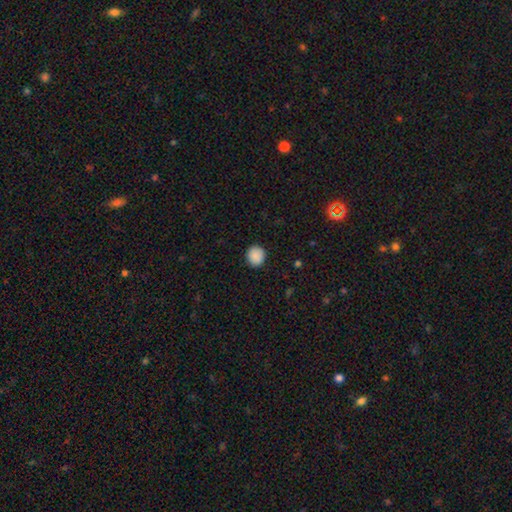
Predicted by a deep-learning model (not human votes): smooth_or_featured: smooth (p=0.89) [alt: star or artifact p=0.08]
how_rounded: round (p=0.88) [alt: in between p=0.11]
merging: none (p=0.91) [alt: minor disturbance p=0.06]